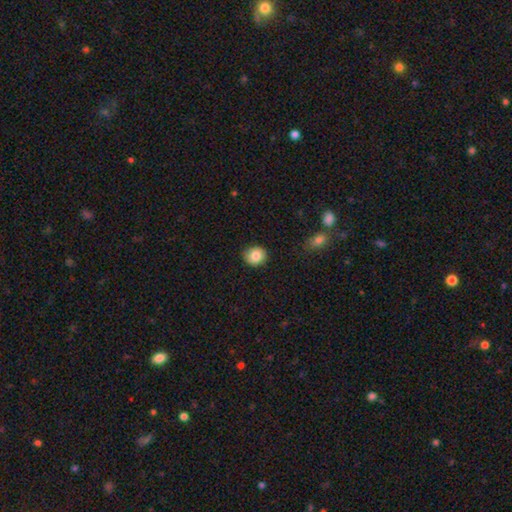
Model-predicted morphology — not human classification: The model was most divided on "how rounded": round: 79%, in between: 20%, cigar-shaped: 1%. More confident: merging — none (86%); smooth or featured — smooth (86%).